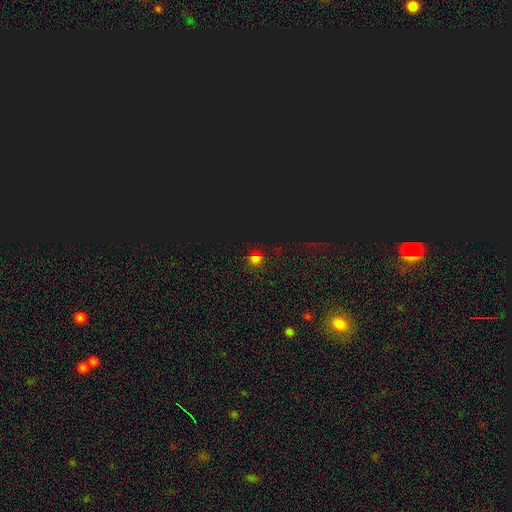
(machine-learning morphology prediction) smooth_or_featured: star or artifact (p=0.54) [alt: smooth p=0.39]